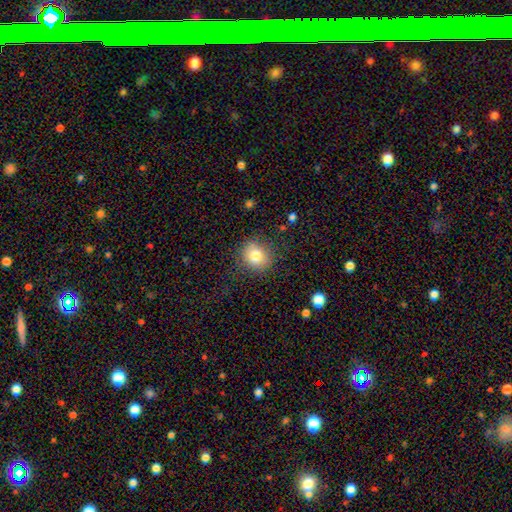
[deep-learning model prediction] smooth 79%, star or artifact 11%, featured or disk 10%. Down the decision tree: how rounded — round (81%); merging — none (84%).